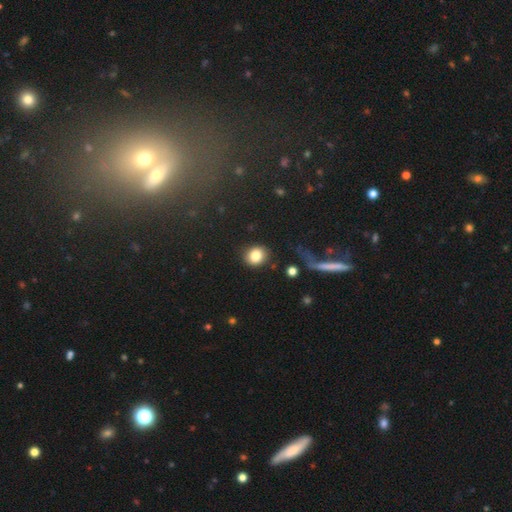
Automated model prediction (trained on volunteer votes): A smooth galaxy with no disk features (84%) that is round (75%). Merging: none (85%).